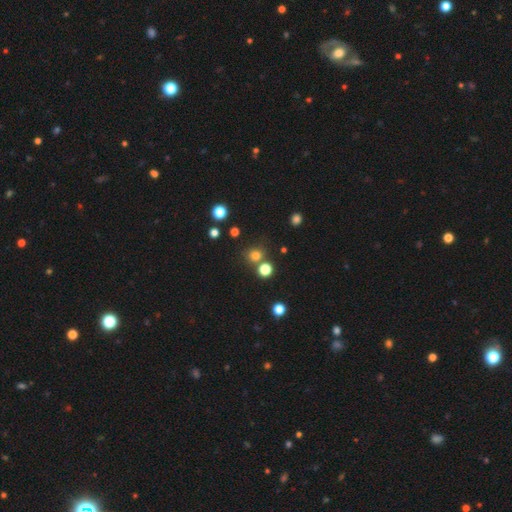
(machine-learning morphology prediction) A smooth galaxy with no disk features (74%) that is round (87%). Merging: none (73%).